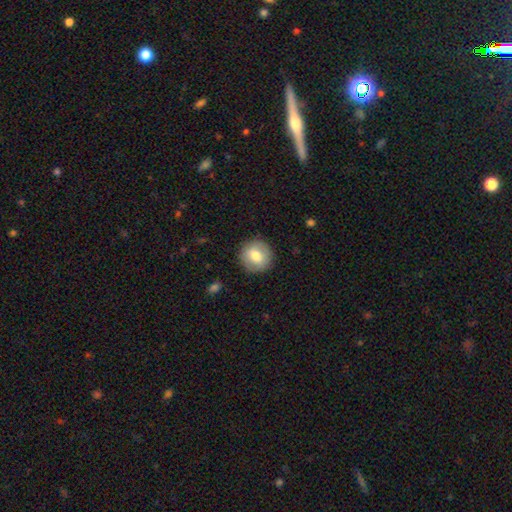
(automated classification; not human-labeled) A smooth galaxy with no disk features (72%) that is round (91%). Merging: none (89%).